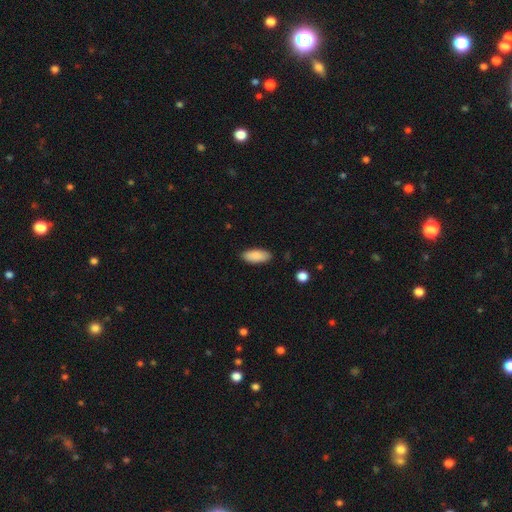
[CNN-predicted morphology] smooth_or_featured: smooth (p=0.89) [alt: star or artifact p=0.06]
how_rounded: in between (p=0.85) [alt: cigar-shaped p=0.13]
merging: none (p=0.86) [alt: minor disturbance p=0.11]